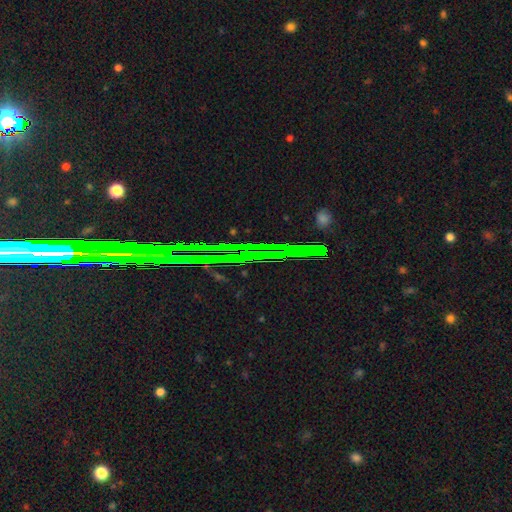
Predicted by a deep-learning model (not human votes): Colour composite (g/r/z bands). It shows a star or artifact, not a galaxy (78%).